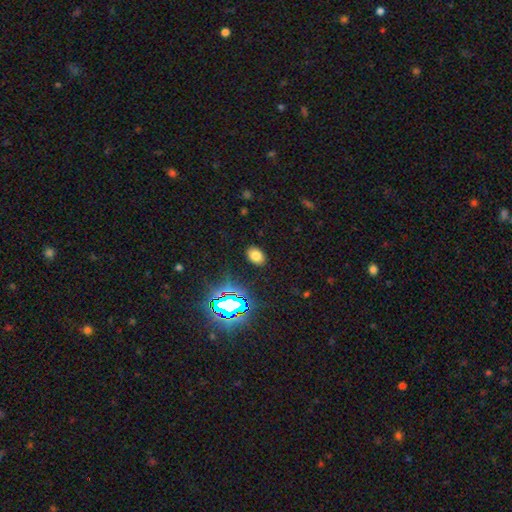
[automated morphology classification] smooth-or-featured: smooth: 71% | star or artifact: 22% | featured or disk: 8%
  how-rounded: in between: 80% | round: 19% | cigar-shaped: 1%
  merging: none: 88% | minor disturbance: 8% | major disturbance: 3% | merger: 1%